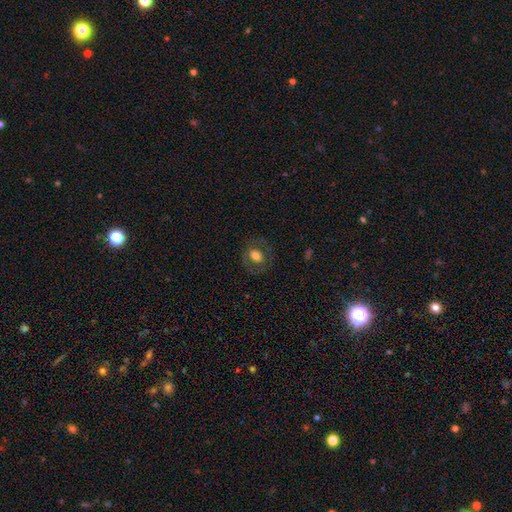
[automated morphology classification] This is likely a smooth galaxy (63%). How rounded: possibly round (56%). Merging: likely none (78%).